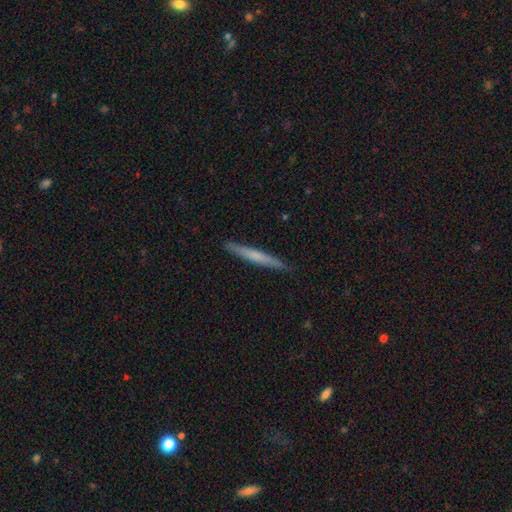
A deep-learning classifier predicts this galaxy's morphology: A smooth galaxy with no disk features (51%) that is cigar-shaped (97%).

Vote fractions:
- Smooth or featured? smooth: 51% / featured or disk: 43% / star or artifact: 5%
- How rounded? cigar-shaped: 97% / in between: 2% / round: 1%
- Merging? none: 91% / minor disturbance: 6% / major disturbance: 1% / merger: 1%